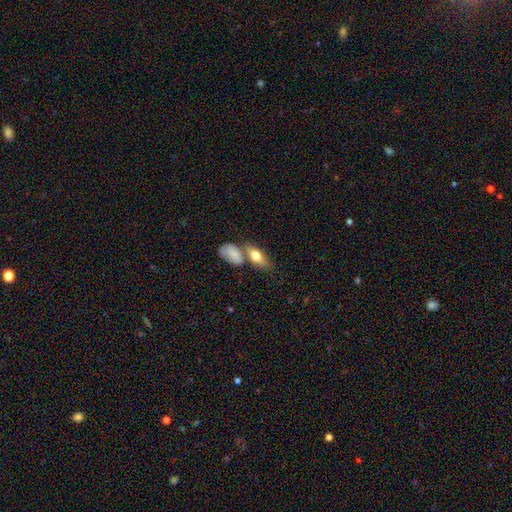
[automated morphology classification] A smooth galaxy with no disk features (68%) that is in between round and cigar-shaped (76%).

Vote fractions:
- Smooth or featured? smooth: 68% / featured or disk: 25% / star or artifact: 7%
- How rounded? in between: 76% / cigar-shaped: 19% / round: 5%
- Merging? none: 43% / merger: 38% / minor disturbance: 13% / major disturbance: 6%